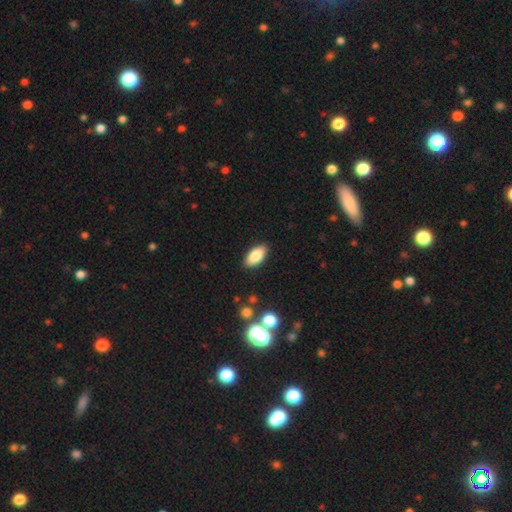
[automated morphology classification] Overall: smooth (83%). How rounded: in between (91%). Merging: none (88%).